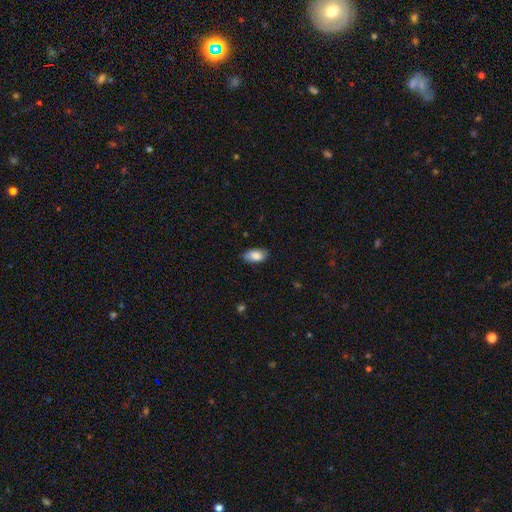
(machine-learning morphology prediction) smooth 86%, featured or disk 8%, star or artifact 7%. Down the decision tree: how rounded — in between (93%); merging — none (82%).